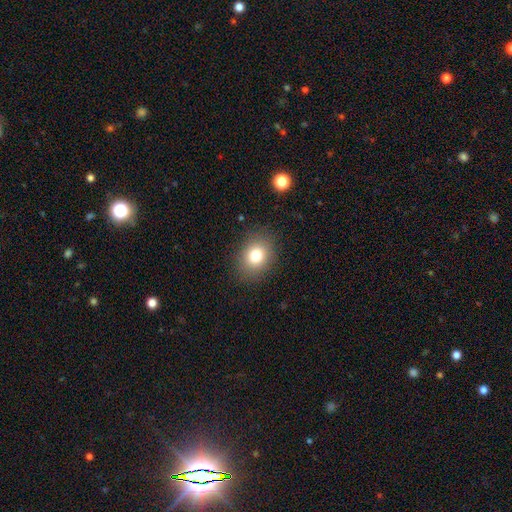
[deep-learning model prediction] This appears to be a smooth galaxy with no disk features (79%) that is in between round and cigar-shaped (51%). Merging: none (86%).